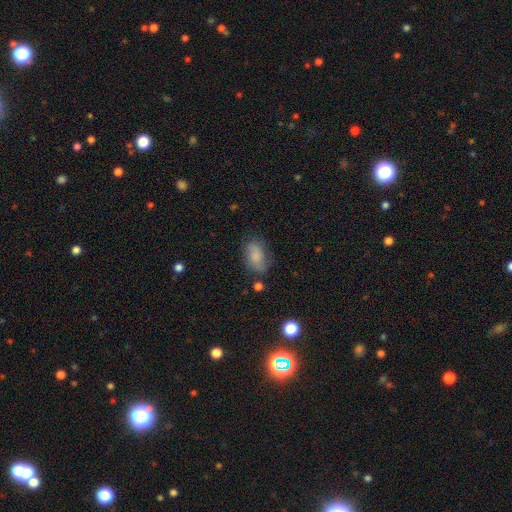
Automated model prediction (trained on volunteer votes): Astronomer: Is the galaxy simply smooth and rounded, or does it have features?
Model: smooth — 78%.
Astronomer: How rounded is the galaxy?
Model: in between — 89%.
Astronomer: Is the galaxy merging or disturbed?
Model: none — 66%.